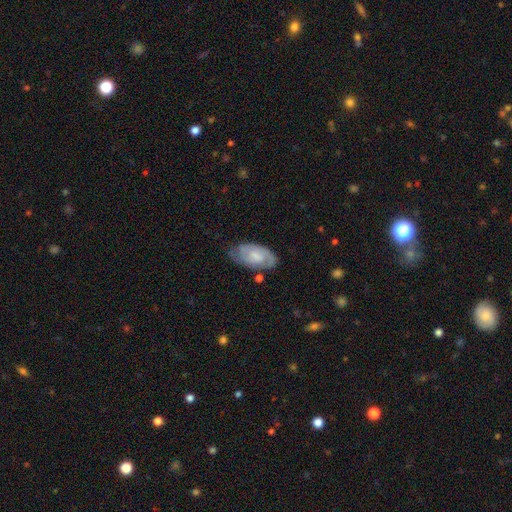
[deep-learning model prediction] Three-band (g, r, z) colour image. It shows a featured or disk galaxy (61%) with no bar (59%), spiral arms (85%) and a small central bulge (43%). Merging: none (64%).